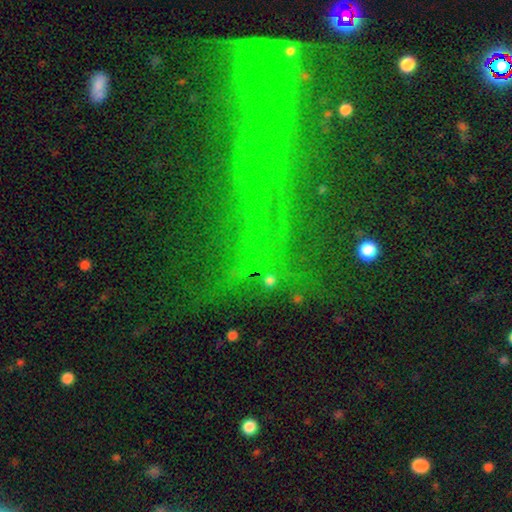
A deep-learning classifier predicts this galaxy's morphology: Smooth or featured?
  - star or artifact: 63% *
  - featured or disk: 19%
  - smooth: 18%